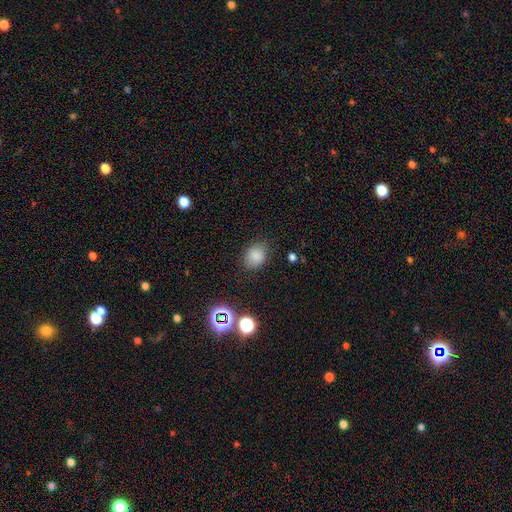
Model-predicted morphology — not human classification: smooth 81%, star or artifact 13%, featured or disk 6%. Down the decision tree: how rounded — in between (57%); merging — none (79%).